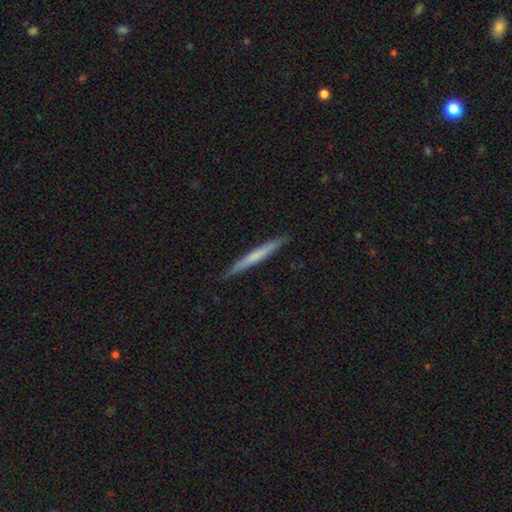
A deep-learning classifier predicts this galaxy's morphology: smooth-or-featured: smooth: 55% | featured or disk: 40% | star or artifact: 5%
  how-rounded: cigar-shaped: 97% | in between: 2% | round: 1%
  merging: none: 91% | minor disturbance: 7% | major disturbance: 1% | merger: 1%